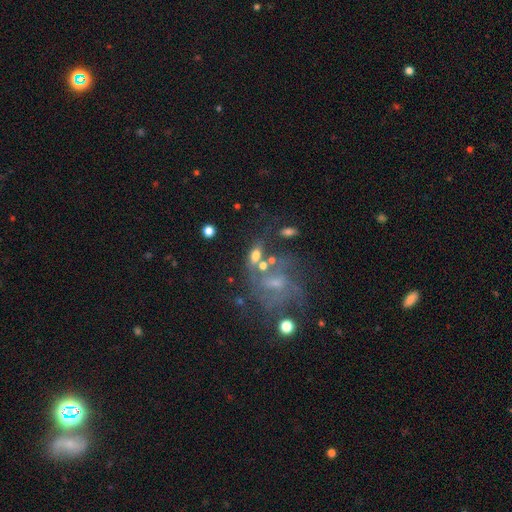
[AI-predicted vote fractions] Smooth or featured?
  - smooth: 58% *
  - featured or disk: 28%
  - star or artifact: 14%
How rounded?
  - in between: 71% *
  - round: 19%
  - cigar-shaped: 11%
Merging?
  - none: 48% *
  - merger: 22%
  - minor disturbance: 18%
  - major disturbance: 13%